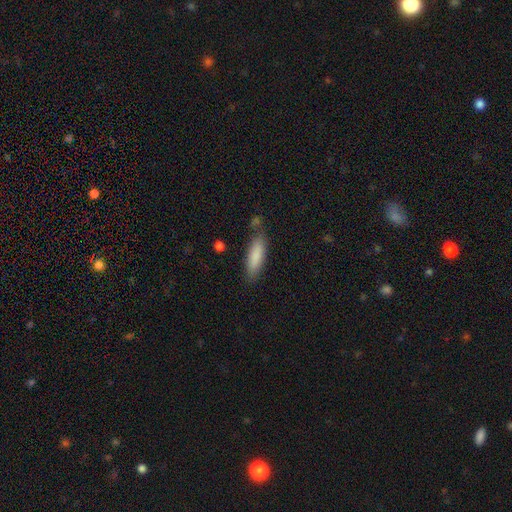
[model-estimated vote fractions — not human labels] Morphology: type=smooth (86%); roundness=cigar-shaped (56%); merging=none (77%).